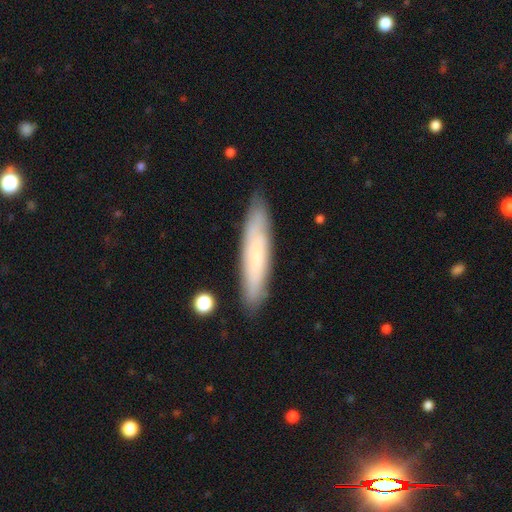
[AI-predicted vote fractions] smooth_or_featured: smooth (p=0.59) [alt: featured or disk p=0.33]
how_rounded: cigar-shaped (p=0.86) [alt: in between p=0.13]
merging: none (p=0.85) [alt: minor disturbance p=0.11]